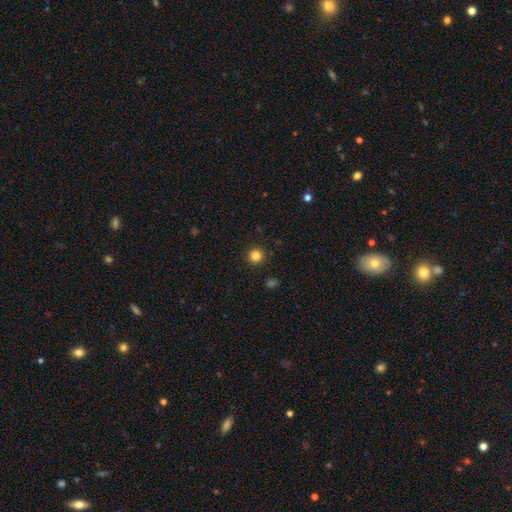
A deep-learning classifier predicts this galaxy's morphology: A smooth galaxy with no disk features (83%) that is round (96%). Merging: none (93%).